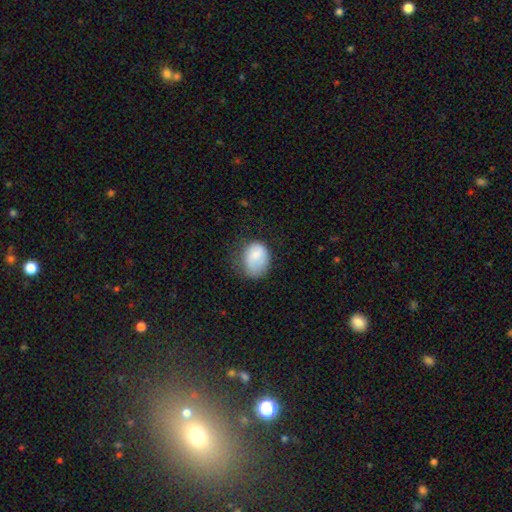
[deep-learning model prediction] This is likely a smooth galaxy (77%). How rounded: possibly in between (59%). Merging: marginally none (43%).